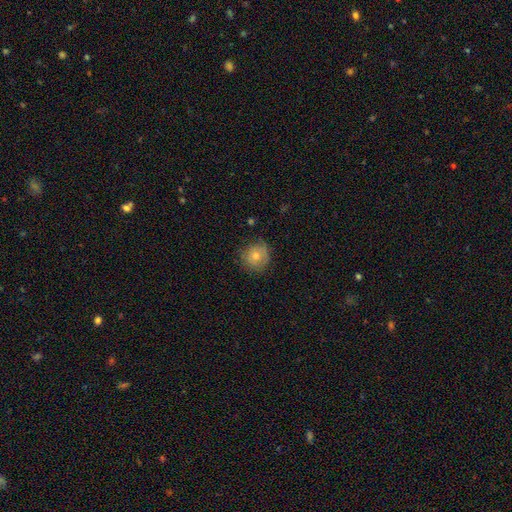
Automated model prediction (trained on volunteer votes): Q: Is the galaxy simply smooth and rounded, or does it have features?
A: smooth — 61%.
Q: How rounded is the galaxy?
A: round — 91%.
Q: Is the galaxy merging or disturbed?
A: none — 78%.